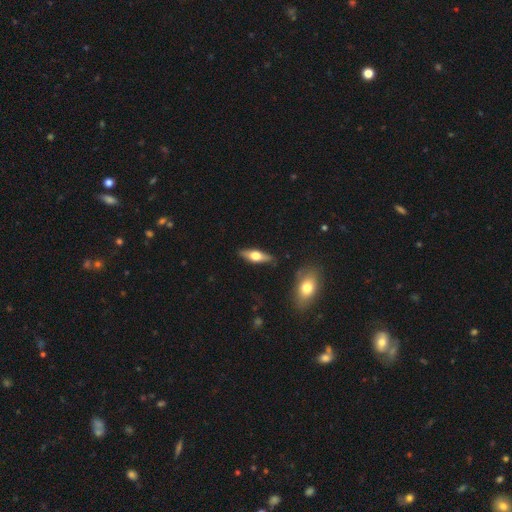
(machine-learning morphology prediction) Overall: featured or disk (49%; smooth 45%). Merging: none (86%).